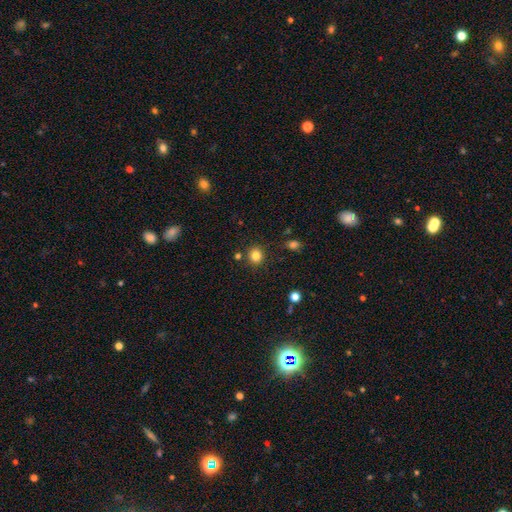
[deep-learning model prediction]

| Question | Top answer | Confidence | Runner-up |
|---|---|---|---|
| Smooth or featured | smooth | 83% | star or artifact (12%) |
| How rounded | round | 85% | in between (14%) |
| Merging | none | 86% | minor disturbance (8%) |